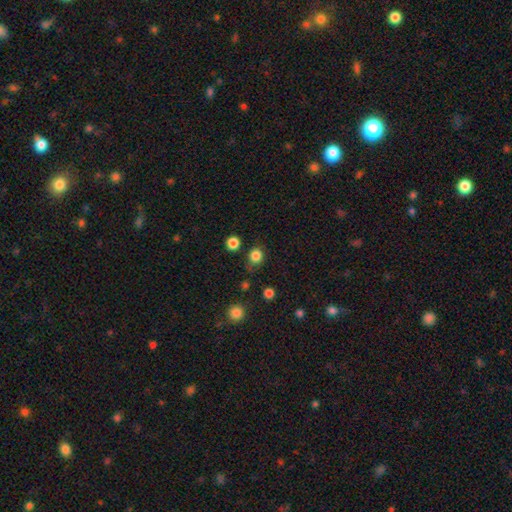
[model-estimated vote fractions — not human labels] smooth-or-featured: smooth: 83% | star or artifact: 13% | featured or disk: 4%
  how-rounded: round: 83% | in between: 17% | cigar-shaped: 1%
  merging: none: 77% | minor disturbance: 14% | merger: 5% | major disturbance: 4%